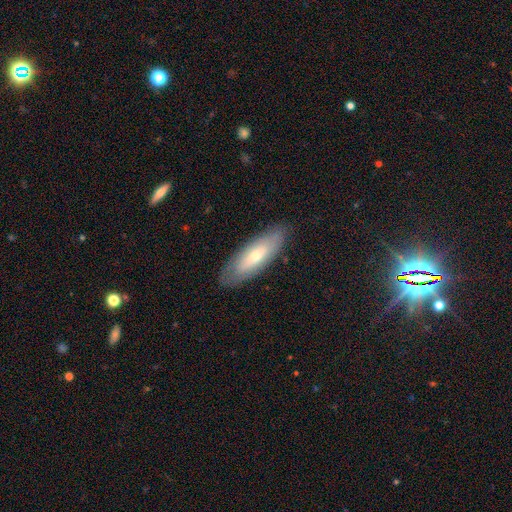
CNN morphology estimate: Smooth or featured? Predicted: smooth (p=0.57). How rounded? Predicted: in between (p=0.60). Merging? Predicted: none (p=0.85).